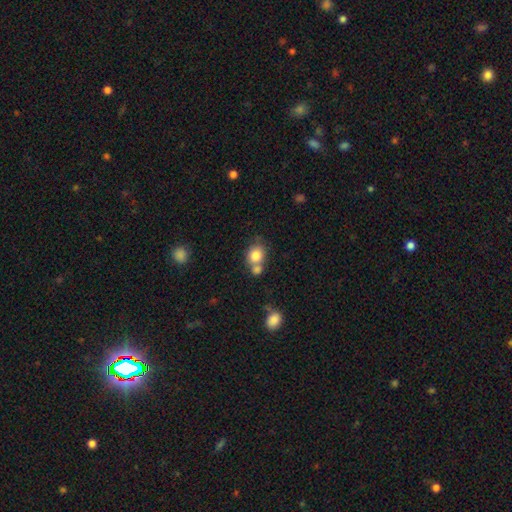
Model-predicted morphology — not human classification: Smooth or featured: smooth — 81% (featured or disk — 10%)
How rounded: round — 66% (in between — 33%)
Merging: none — 44% (merger — 41%)